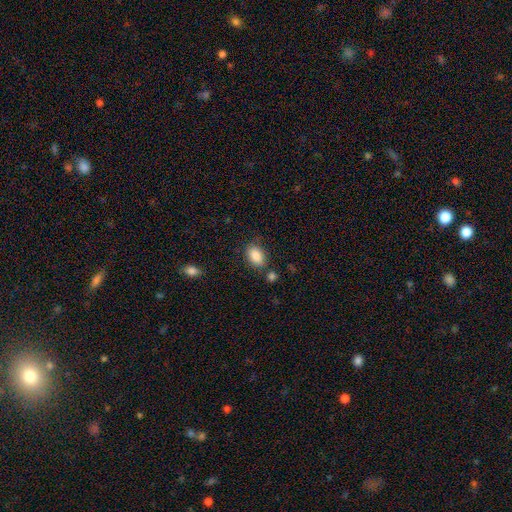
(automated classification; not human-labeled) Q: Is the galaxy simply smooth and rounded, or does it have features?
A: smooth — 88%.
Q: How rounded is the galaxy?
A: in between — 86%.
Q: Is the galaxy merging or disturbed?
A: none — 75%.